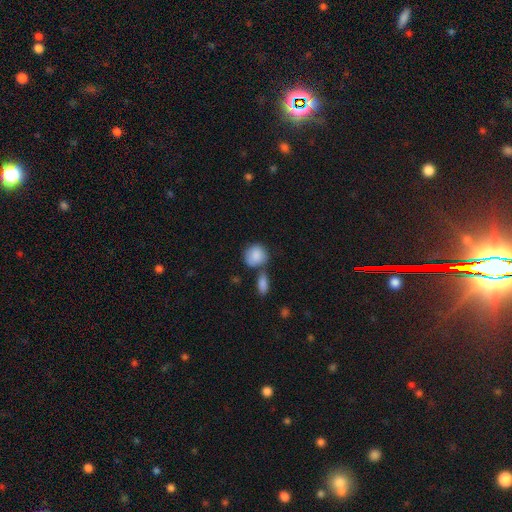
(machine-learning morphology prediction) Smooth or featured? Predicted: smooth (p=0.87). How rounded? Predicted: round (p=0.76). Merging? Predicted: none (p=0.52).